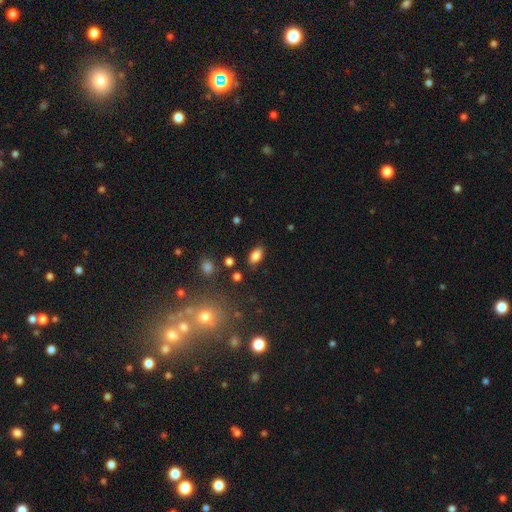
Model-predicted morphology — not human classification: This appears to be a smooth galaxy with no disk features (83%) that is in between round and cigar-shaped (90%). Merging: none (84%).